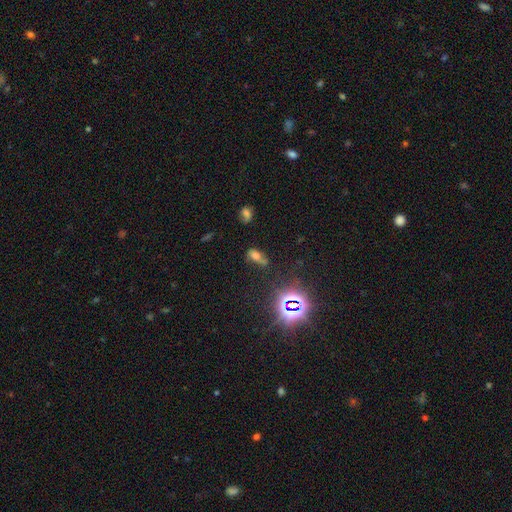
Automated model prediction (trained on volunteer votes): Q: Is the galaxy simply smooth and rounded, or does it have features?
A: smooth — 45%.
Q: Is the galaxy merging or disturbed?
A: none — 42%.